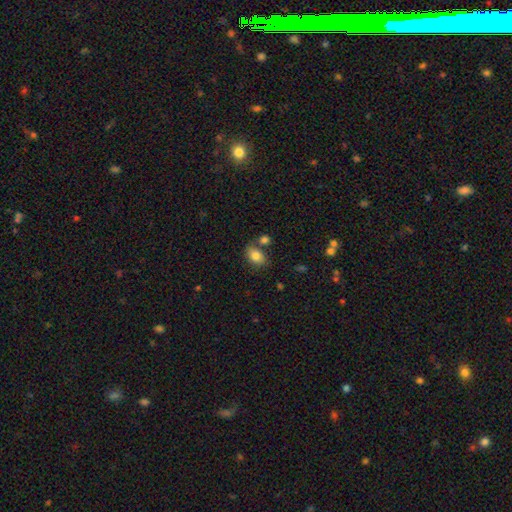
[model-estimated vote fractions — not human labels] Smooth or featured? Predicted: smooth (p=0.82). How rounded? Predicted: in between (p=0.76). Merging? Predicted: none (p=0.65).